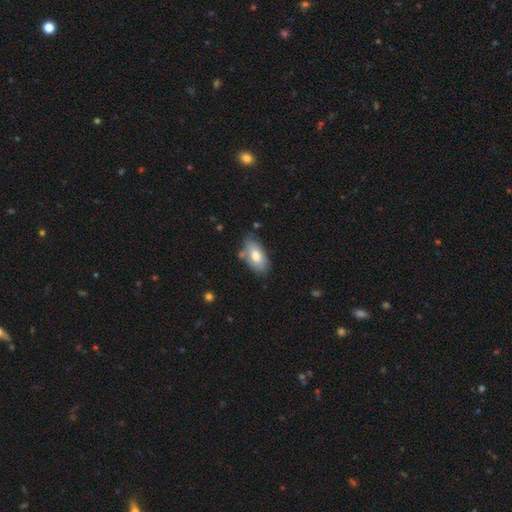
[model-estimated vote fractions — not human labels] This appears to be a smooth galaxy with no disk features (75%) that is in between round and cigar-shaped (93%). Merging: none (72%).